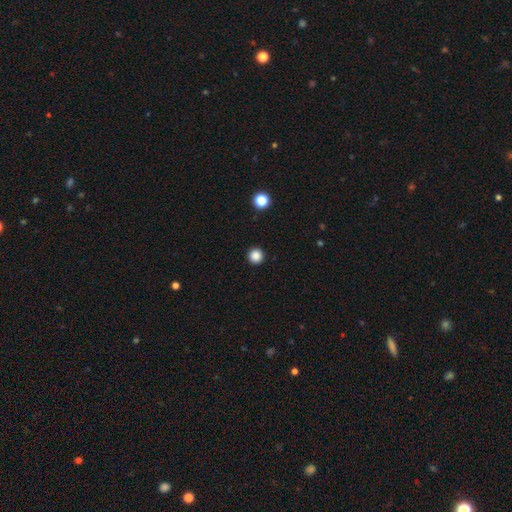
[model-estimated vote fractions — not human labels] Q: Smooth or featured?
A: smooth (86%); runner-up: star or artifact (11%)
Q: How rounded?
A: round (96%); runner-up: in between (3%)
Q: Merging?
A: none (94%); runner-up: minor disturbance (4%)